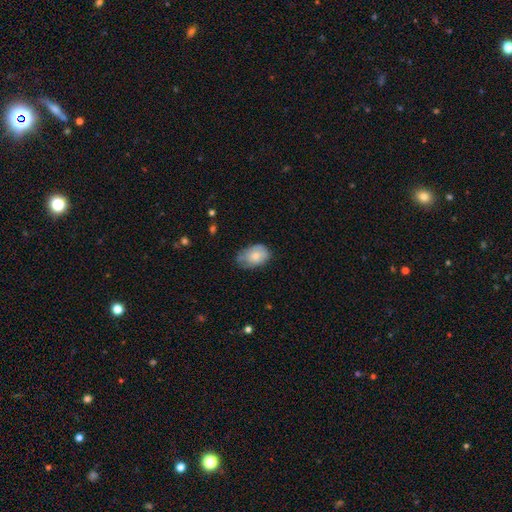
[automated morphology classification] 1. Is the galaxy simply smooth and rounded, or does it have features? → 72% smooth, 21% featured or disk, 7% star or artifact.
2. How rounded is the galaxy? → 84% in between, 15% round, 1% cigar-shaped.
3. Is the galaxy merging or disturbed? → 50% none, 37% minor disturbance, 11% major disturbance, 2% merger.